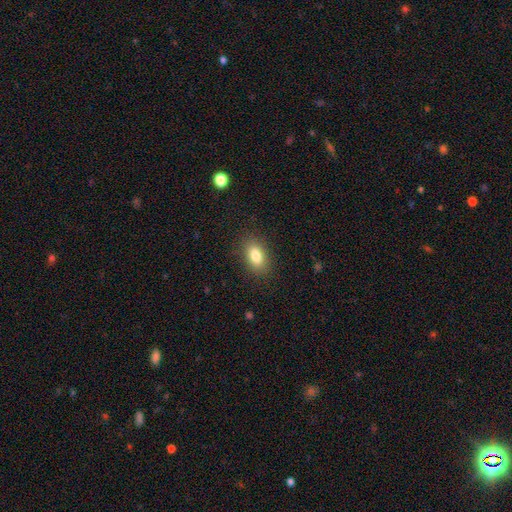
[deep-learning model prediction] smooth-or-featured: smooth: 83% | star or artifact: 9% | featured or disk: 8%
  how-rounded: in between: 88% | round: 8% | cigar-shaped: 4%
  merging: none: 87% | minor disturbance: 9% | major disturbance: 3% | merger: 1%